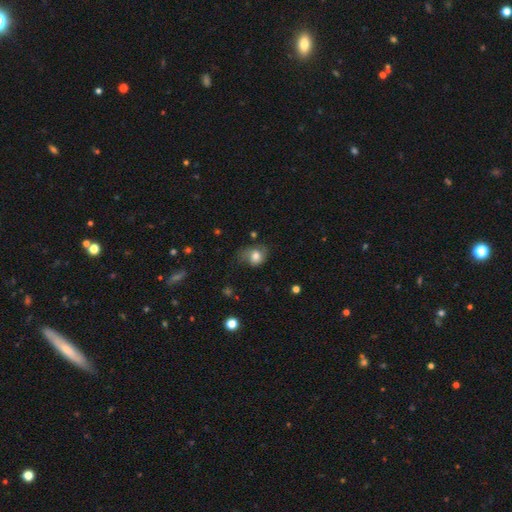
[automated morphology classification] Smooth or featured? Predicted: smooth (p=0.73). How rounded? Predicted: round (p=0.51). Merging? Predicted: none (p=0.47).